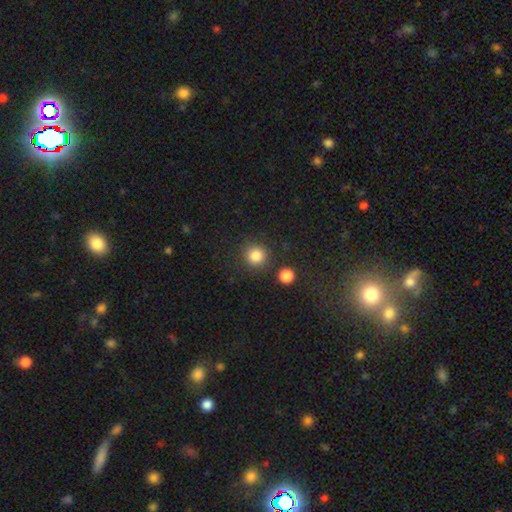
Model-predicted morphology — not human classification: type=smooth (85%); roundness=round (92%); merging=none (84%).